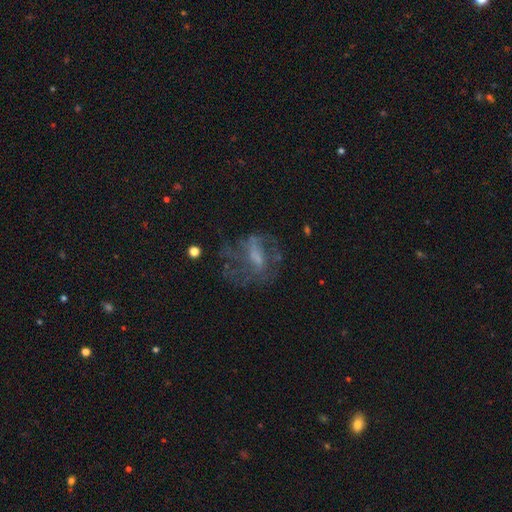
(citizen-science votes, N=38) featured or disk 66%, smooth 26%, star or artifact 8%. Down the decision tree: edge-on disk — no (100%); bar — no (52%); spiral arms — yes (60%); spiral arm count — can't tell (67%); spiral winding — medium (53%); bulge size — none (40%); merging — none (51%).